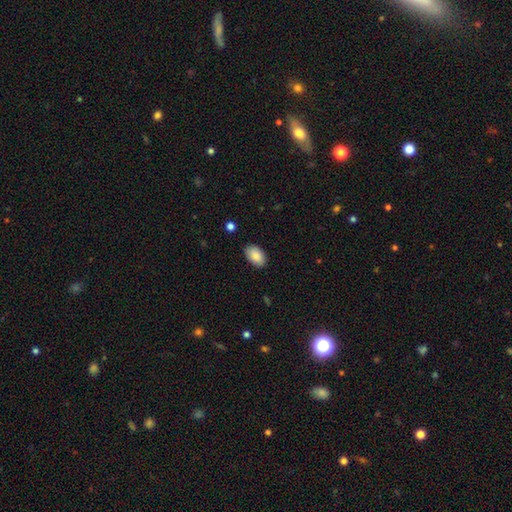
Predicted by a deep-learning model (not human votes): smooth 88%, star or artifact 6%, featured or disk 6%. Down the decision tree: how rounded — in between (92%); merging — none (88%).